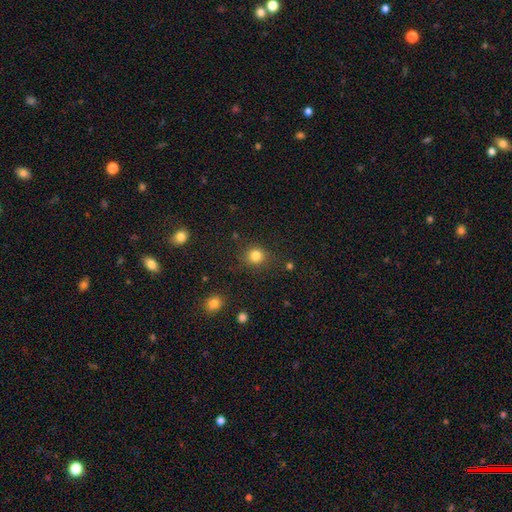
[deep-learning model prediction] This appears to be a smooth galaxy with no disk features (82%) that is round (87%). Merging: none (85%).